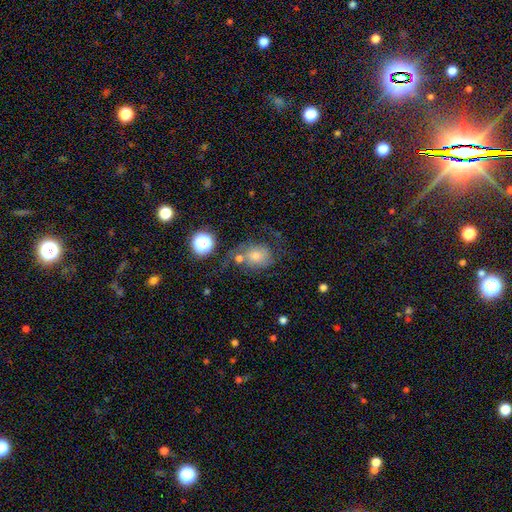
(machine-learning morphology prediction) A smooth galaxy with no disk features (46%). Merging: none (43%).